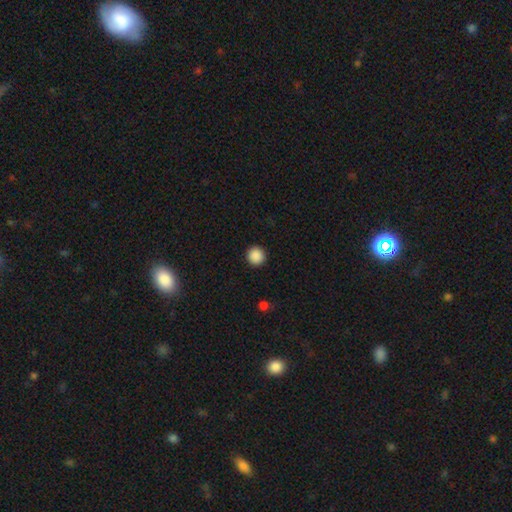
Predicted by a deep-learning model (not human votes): Overall: smooth (89%). How rounded: round (95%). Merging: none (93%).